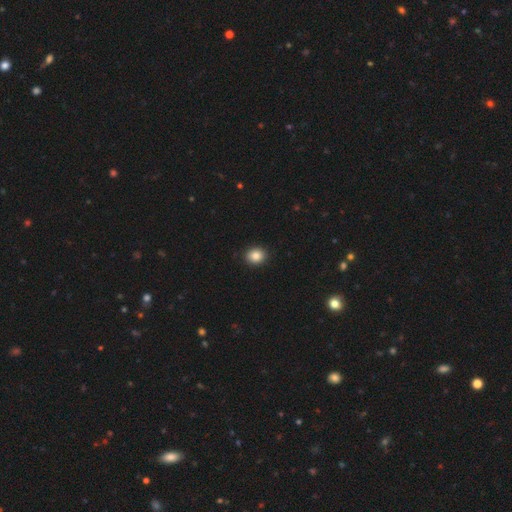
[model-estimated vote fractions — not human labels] Morphology: type=smooth (86%); roundness=round (69%); merging=none (91%).